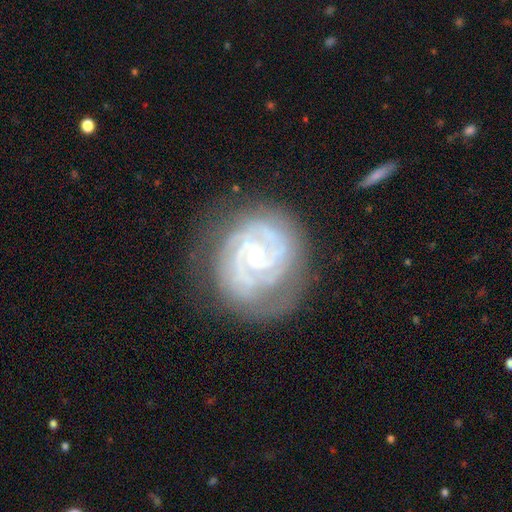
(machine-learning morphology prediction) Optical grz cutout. It shows a featured or disk galaxy (88%) with no bar (59%), 2 (32%) tight (73%) spiral arms (96%) and a moderate central bulge (55%). Merging: none (72%).